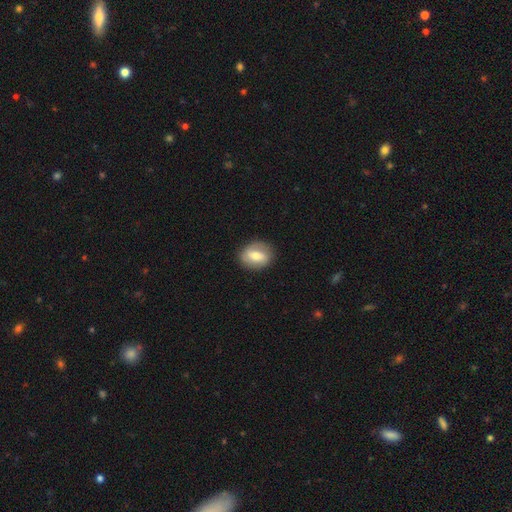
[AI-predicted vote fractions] Smooth or featured: smooth — 50% (featured or disk — 43%)
How rounded: in between — 56% (round — 42%)
Merging: none — 84% (minor disturbance — 12%)